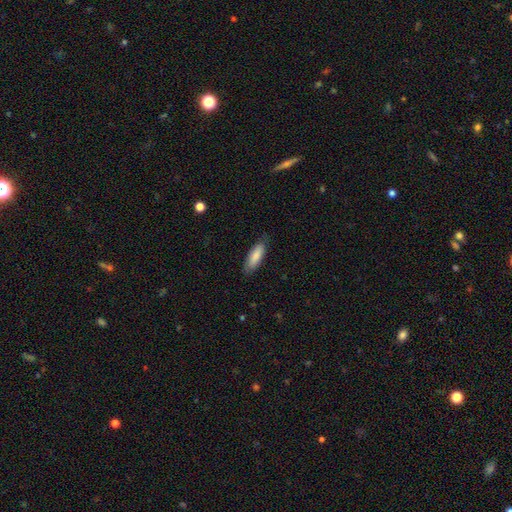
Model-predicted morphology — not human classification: Smooth or featured? smooth (85%)
How rounded? in between (59%)
Merging? none (81%)